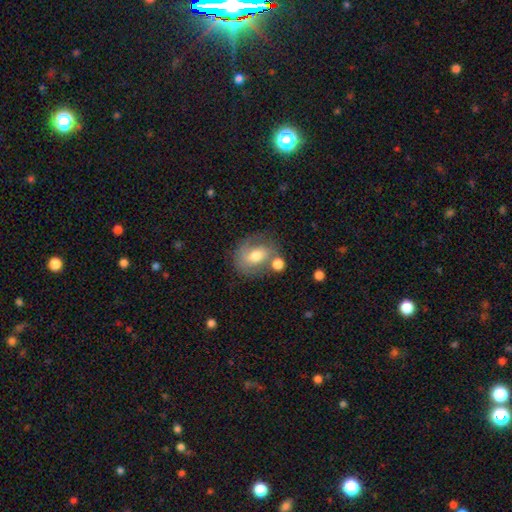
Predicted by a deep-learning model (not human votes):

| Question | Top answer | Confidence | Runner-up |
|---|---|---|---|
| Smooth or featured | smooth | 52% | featured or disk (39%) |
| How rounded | in between | 54% | round (45%) |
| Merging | none | 52% | minor disturbance (21%) |